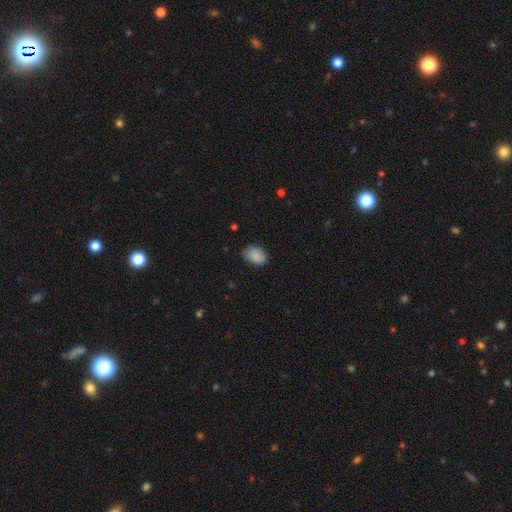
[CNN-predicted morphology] A smooth galaxy with no disk features (85%) that is in between round and cigar-shaped (81%).

Vote fractions:
- Smooth or featured? smooth: 85% / featured or disk: 8% / star or artifact: 7%
- How rounded? in between: 81% / round: 18% / cigar-shaped: 1%
- Merging? none: 74% / minor disturbance: 21% / major disturbance: 4% / merger: 1%